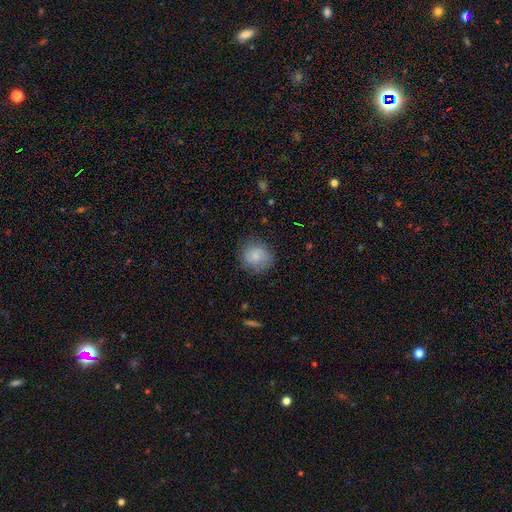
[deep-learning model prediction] Q: Smooth or featured?
A: smooth (81%); runner-up: featured or disk (11%)
Q: How rounded?
A: round (85%); runner-up: in between (14%)
Q: Merging?
A: none (78%); runner-up: minor disturbance (16%)